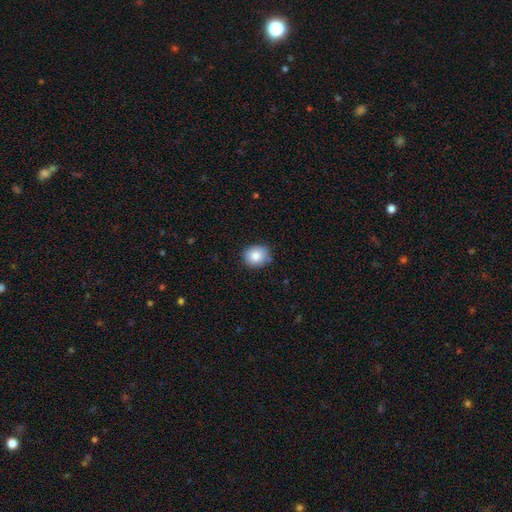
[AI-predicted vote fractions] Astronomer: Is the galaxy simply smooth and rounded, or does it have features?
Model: smooth — 84%.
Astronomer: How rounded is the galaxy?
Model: round — 71%.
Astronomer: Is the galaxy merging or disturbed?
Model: none — 78%.